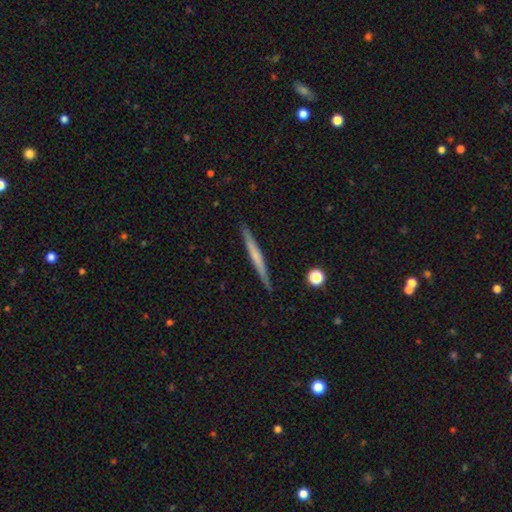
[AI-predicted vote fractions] A featured or disk galaxy (52%) viewed edge-on (97%) with no central bulge (72%). Merging: none (91%).